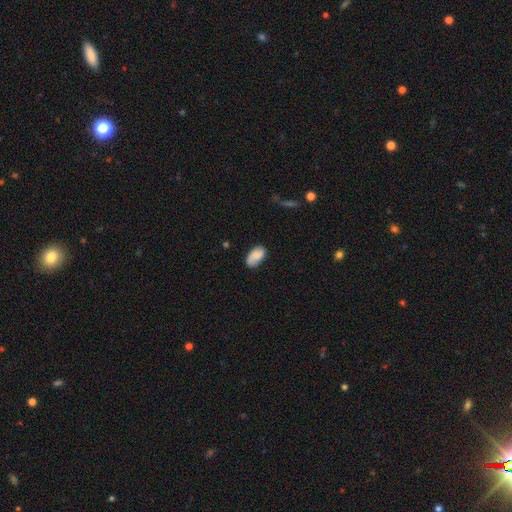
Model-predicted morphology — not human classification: This is likely a smooth galaxy (80%). How rounded: clearly in between (94%). Merging: likely none (69%).